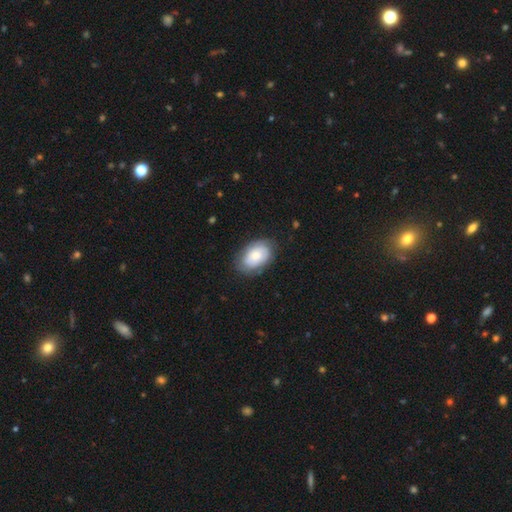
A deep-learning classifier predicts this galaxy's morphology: type=smooth (62%); roundness=in between (89%); merging=none (74%).